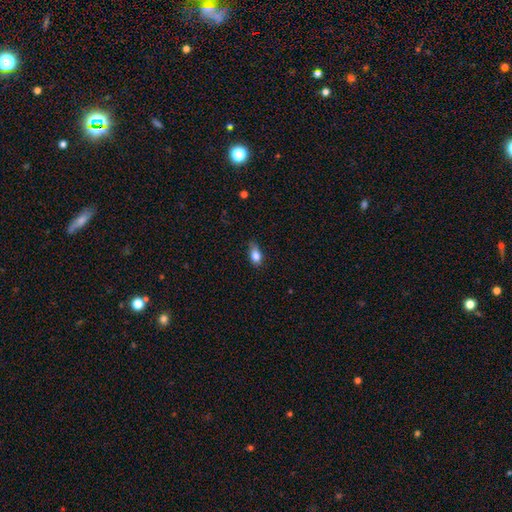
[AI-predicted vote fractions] The model was most divided on "merging": none: 70%, minor disturbance: 25%, major disturbance: 4%, merger: 1%. More confident: how rounded — in between (84%); smooth or featured — smooth (82%).